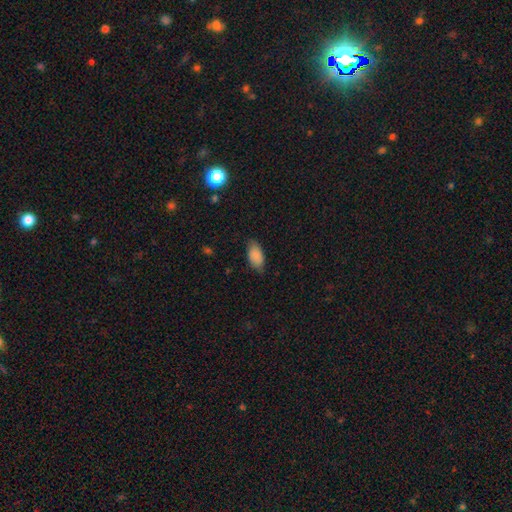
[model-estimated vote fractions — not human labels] Overall: smooth (86%). How rounded: in between (93%). Merging: none (73%).